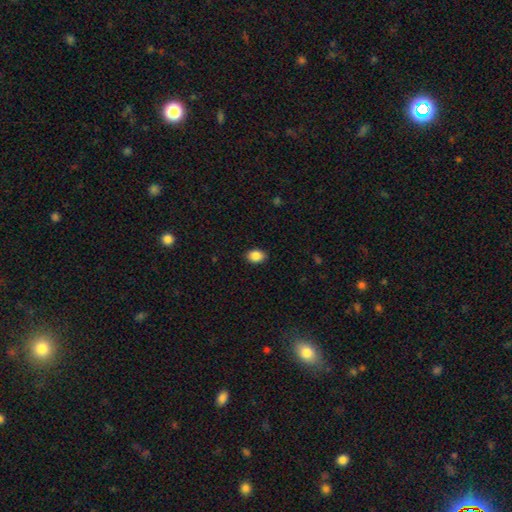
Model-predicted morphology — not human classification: This is clearly a smooth galaxy (88%). How rounded: likely in between (72%). Merging: clearly none (89%).